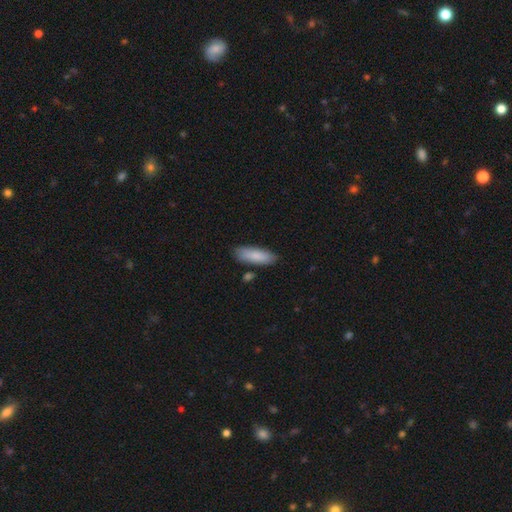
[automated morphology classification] smooth 86%, featured or disk 9%, star or artifact 6%. Down the decision tree: how rounded — in between (61%); merging — none (82%).